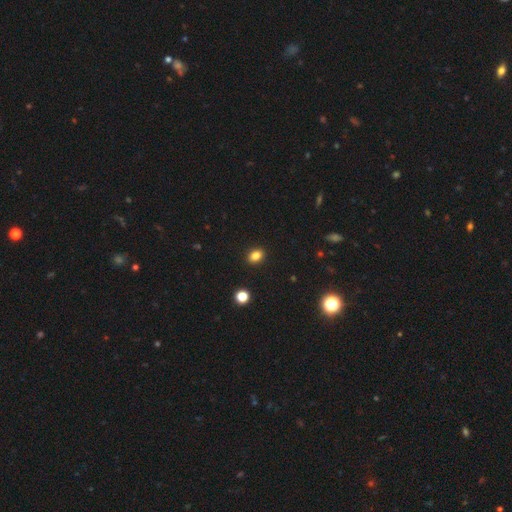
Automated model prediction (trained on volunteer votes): smooth_or_featured: smooth (p=0.83) [alt: star or artifact p=0.12]
how_rounded: in between (p=0.67) [alt: round p=0.31]
merging: none (p=0.90) [alt: minor disturbance p=0.07]